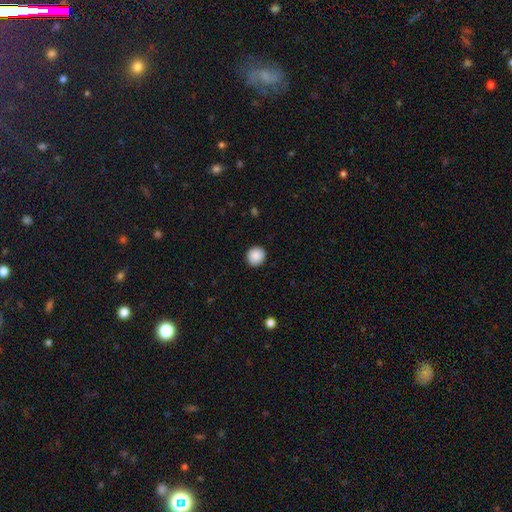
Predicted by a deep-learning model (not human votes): The model was most divided on "smooth or featured": smooth: 89%, star or artifact: 8%, featured or disk: 3%. More confident: how rounded — round (92%); merging — none (92%).